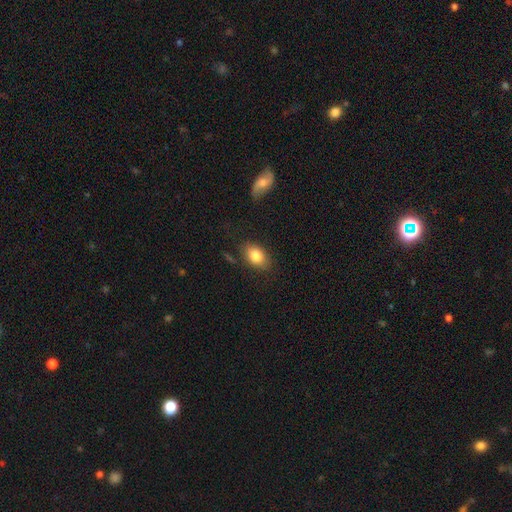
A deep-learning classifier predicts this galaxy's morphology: Smooth or featured: smooth — 82% (featured or disk — 10%)
How rounded: in between — 81% (round — 18%)
Merging: none — 78% (minor disturbance — 15%)